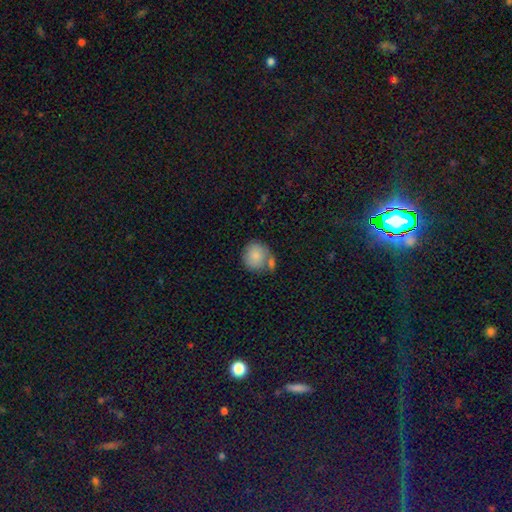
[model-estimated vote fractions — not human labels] This appears to be a smooth galaxy with no disk features (83%) that is round (84%). Merging: none (53%).